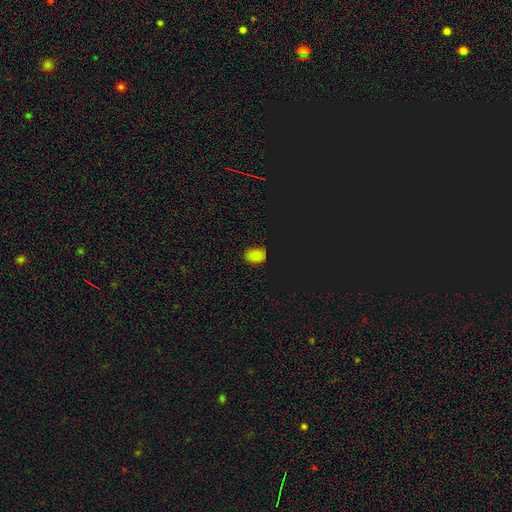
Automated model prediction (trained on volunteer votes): smooth-or-featured: smooth: 73% | star or artifact: 23% | featured or disk: 4%
  how-rounded: in between: 66% | round: 32% | cigar-shaped: 1%
  merging: none: 79% | minor disturbance: 16% | major disturbance: 3% | merger: 1%